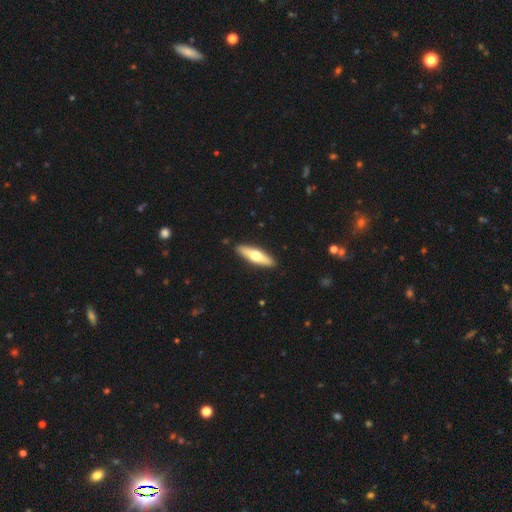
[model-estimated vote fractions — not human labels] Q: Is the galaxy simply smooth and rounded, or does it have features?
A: smooth — 52%.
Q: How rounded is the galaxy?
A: cigar-shaped — 70%.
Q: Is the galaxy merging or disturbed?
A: none — 91%.